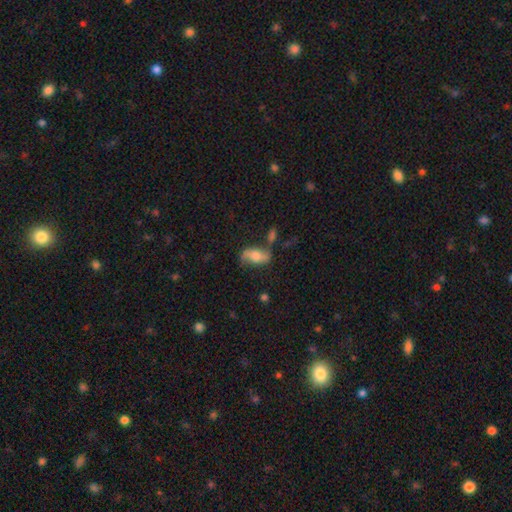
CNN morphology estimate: Smooth or featured: featured or disk — 47% (smooth — 44%)
Merging: none — 60% (minor disturbance — 21%)